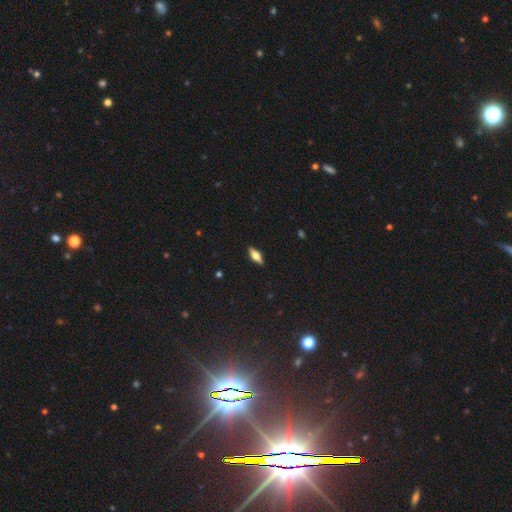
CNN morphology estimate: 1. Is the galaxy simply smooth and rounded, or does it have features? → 57% smooth, 35% featured or disk, 8% star or artifact.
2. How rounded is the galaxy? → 68% in between, 29% cigar-shaped, 3% round.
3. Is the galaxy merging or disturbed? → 89% none, 8% minor disturbance, 2% major disturbance, 1% merger.